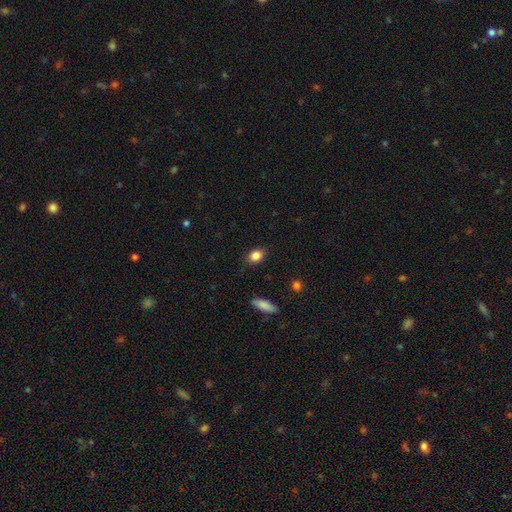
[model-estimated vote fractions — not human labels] Q: Smooth or featured?
A: smooth (85%); runner-up: star or artifact (9%)
Q: How rounded?
A: in between (69%); runner-up: round (29%)
Q: Merging?
A: none (86%); runner-up: minor disturbance (10%)